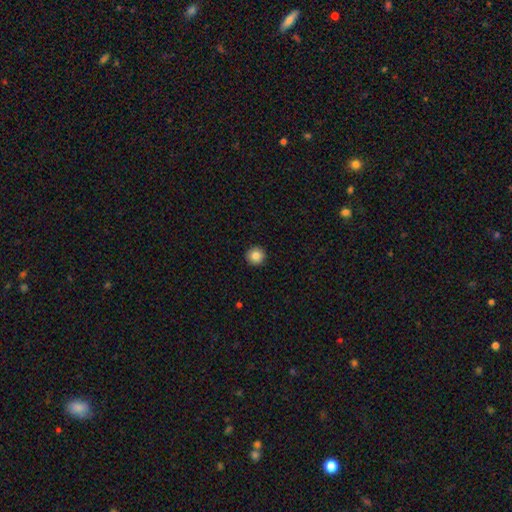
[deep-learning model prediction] This appears to be a smooth galaxy with no disk features (85%) that is round (96%). Merging: none (94%).